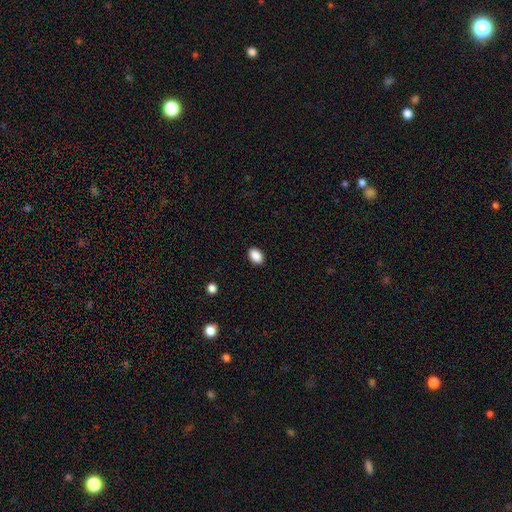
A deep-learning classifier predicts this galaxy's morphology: Q: Smooth or featured?
A: smooth (90%); runner-up: star or artifact (8%)
Q: How rounded?
A: in between (83%); runner-up: round (16%)
Q: Merging?
A: none (90%); runner-up: minor disturbance (7%)